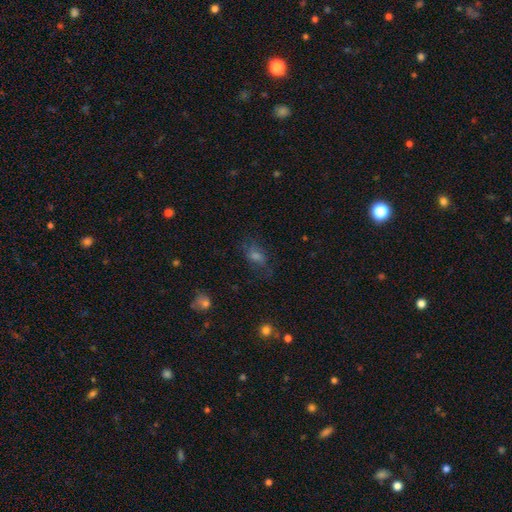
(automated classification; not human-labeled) A smooth galaxy with no disk features (44%). Merging: none (64%).